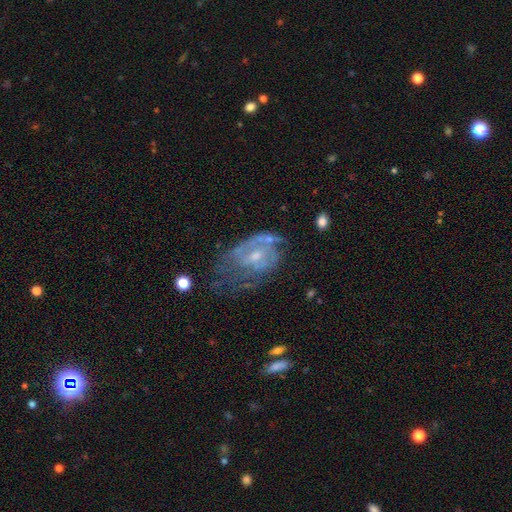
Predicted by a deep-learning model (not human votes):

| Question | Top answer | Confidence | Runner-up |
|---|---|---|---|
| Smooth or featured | featured or disk | 69% | smooth (21%) |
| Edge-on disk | no | 96% | yes (4%) |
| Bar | no | 61% | weak (33%) |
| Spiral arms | yes | 55% | no (45%) |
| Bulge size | small | 49% | moderate (39%) |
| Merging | major disturbance | 35% | none (34%) |